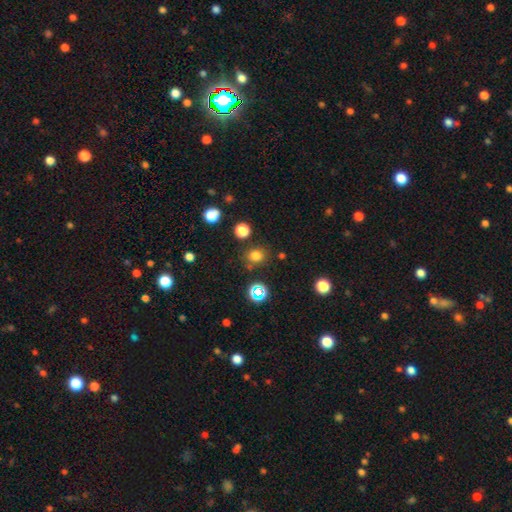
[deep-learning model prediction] Overall: smooth (74%). How rounded: round (75%). Merging: none (80%).